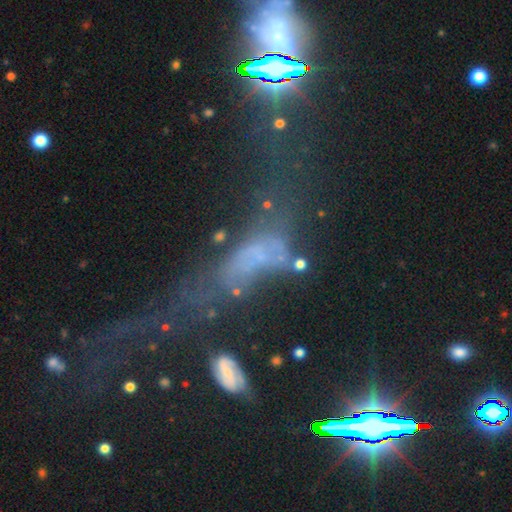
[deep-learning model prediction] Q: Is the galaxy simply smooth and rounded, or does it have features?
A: featured or disk — 35%.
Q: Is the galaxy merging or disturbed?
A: major disturbance — 47%.